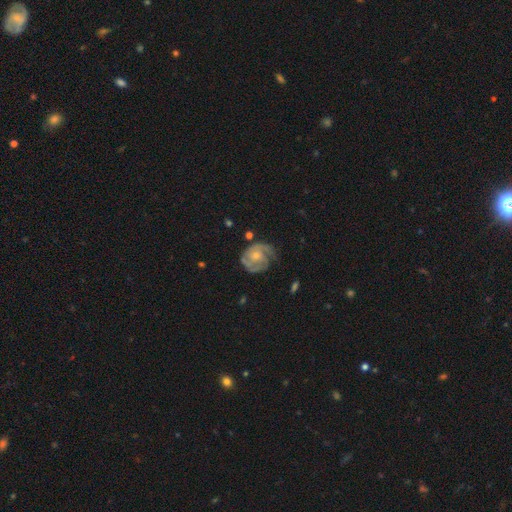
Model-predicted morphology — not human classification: smooth_or_featured: featured or disk (p=0.82) [alt: smooth p=0.13]
disk_edge_on: no (p=0.98) [alt: yes p=0.02]
bar: no (p=0.75) [alt: weak p=0.22]
has_spiral_arms: yes (p=0.94) [alt: no p=0.06]
spiral_winding: tight (p=0.57) [alt: medium p=0.34]
spiral_arm_count: 2 (p=0.46) [alt: 3 p=0.22]
bulge_size: small (p=0.49) [alt: moderate p=0.42]
merging: none (p=0.63) [alt: minor disturbance p=0.23]